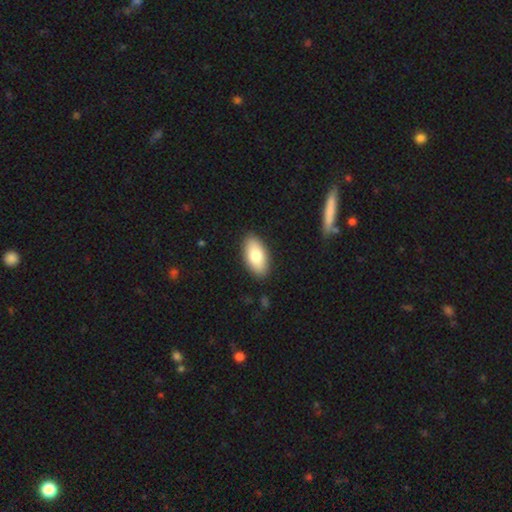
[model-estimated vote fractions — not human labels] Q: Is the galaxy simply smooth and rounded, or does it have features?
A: smooth — 79%.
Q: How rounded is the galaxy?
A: in between — 93%.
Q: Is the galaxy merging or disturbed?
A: none — 89%.